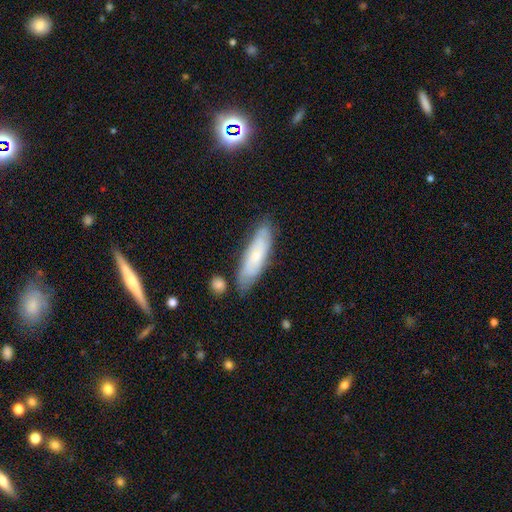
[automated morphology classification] type=smooth (50%); roundness=cigar-shaped (58%); merging=none (75%).